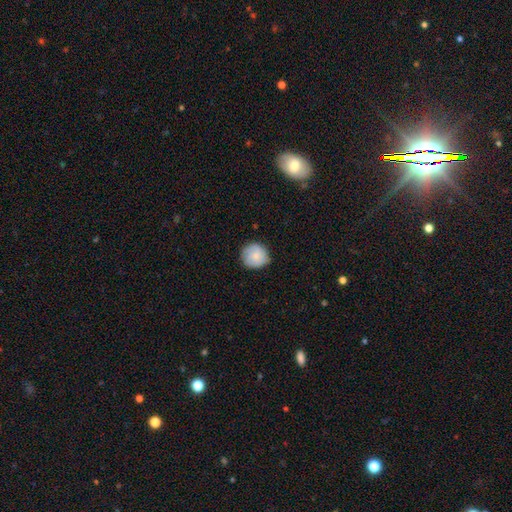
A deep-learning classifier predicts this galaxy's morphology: The model was most divided on "merging": none: 79%, minor disturbance: 17%, major disturbance: 3%, merger: 1%. More confident: how rounded — round (92%); smooth or featured — smooth (79%).